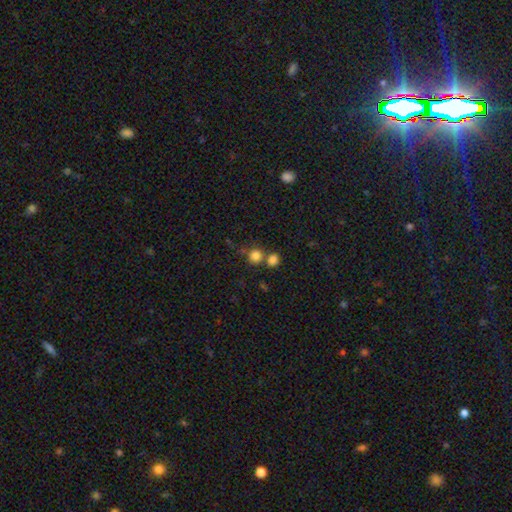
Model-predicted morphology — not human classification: Smooth or featured? smooth (81%)
How rounded? round (87%)
Merging? none (60%)